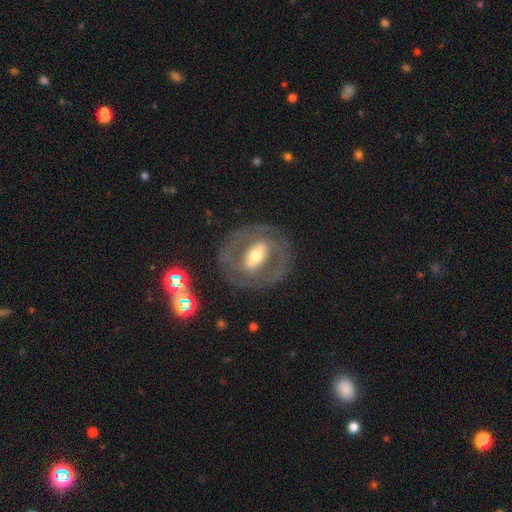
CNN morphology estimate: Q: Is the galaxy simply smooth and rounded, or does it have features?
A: featured or disk — 71%.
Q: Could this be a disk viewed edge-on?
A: no — 92%.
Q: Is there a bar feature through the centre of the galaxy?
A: strong — 42%.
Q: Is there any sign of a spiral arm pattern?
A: no — 56%.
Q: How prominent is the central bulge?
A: moderate — 63%.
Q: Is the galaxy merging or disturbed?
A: none — 76%.